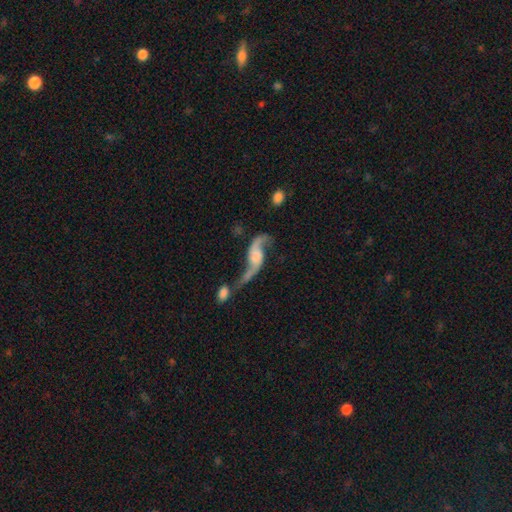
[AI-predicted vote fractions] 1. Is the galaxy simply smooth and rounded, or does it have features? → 83% featured or disk, 11% smooth, 6% star or artifact.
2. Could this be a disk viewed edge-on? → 93% no, 7% yes.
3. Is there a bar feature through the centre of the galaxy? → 57% no, 32% weak, 10% strong.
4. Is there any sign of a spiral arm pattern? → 93% yes, 7% no.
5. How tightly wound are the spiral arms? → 91% loose, 7% medium, 2% tight.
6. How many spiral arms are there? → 90% 2, 5% 1, 2% can't tell, 1% 3, 1% 4, 1% more than 4.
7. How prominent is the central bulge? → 33% none, 24% moderate, 23% small, 16% large, 4% dominant.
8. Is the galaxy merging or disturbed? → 41% merger, 29% none, 17% major disturbance, 13% minor disturbance.